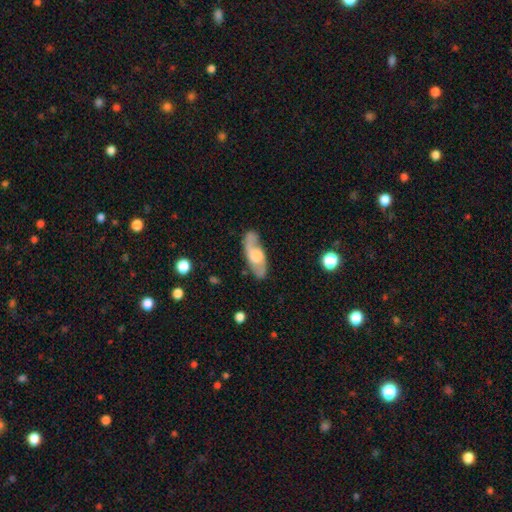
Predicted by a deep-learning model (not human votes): Smooth or featured: featured or disk — 67% (smooth — 27%)
Edge-on disk: no — 83% (yes — 17%)
Bar: no — 57% (weak — 35%)
Spiral arms: yes — 87% (no — 13%)
Bulge size: large — 38% (moderate — 35%)
Merging: none — 76% (minor disturbance — 16%)